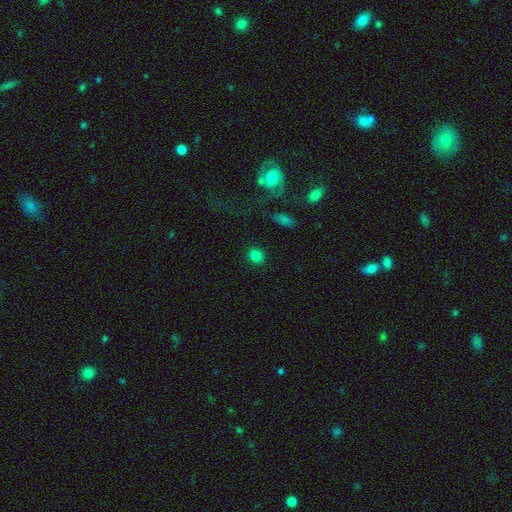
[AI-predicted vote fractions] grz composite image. It shows a smooth galaxy with no disk features (83%) that is round (78%). Merging: none (90%).